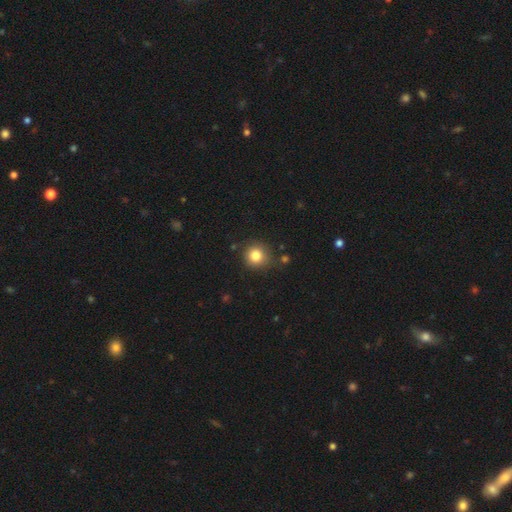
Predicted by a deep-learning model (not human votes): A smooth galaxy with no disk features (82%) that is round (91%). Merging: none (83%).